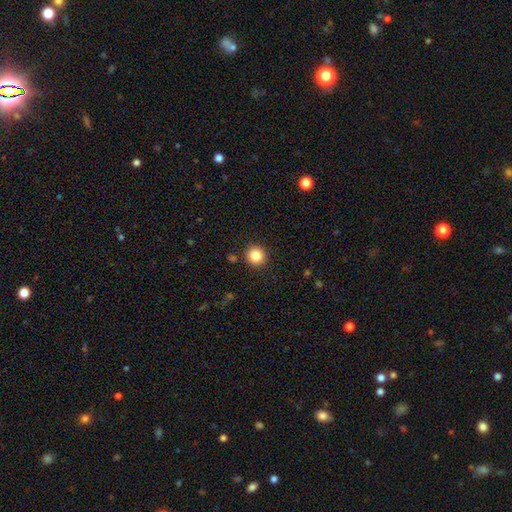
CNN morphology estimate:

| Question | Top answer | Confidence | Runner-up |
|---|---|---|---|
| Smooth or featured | smooth | 84% | star or artifact (11%) |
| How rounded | round | 94% | in between (5%) |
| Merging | none | 91% | minor disturbance (5%) |